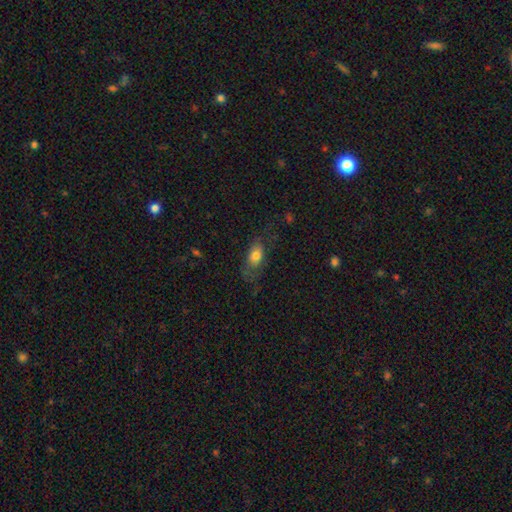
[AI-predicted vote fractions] This appears to be a smooth galaxy with no disk features (73%) that is in between round and cigar-shaped (83%). Merging: none (53%).